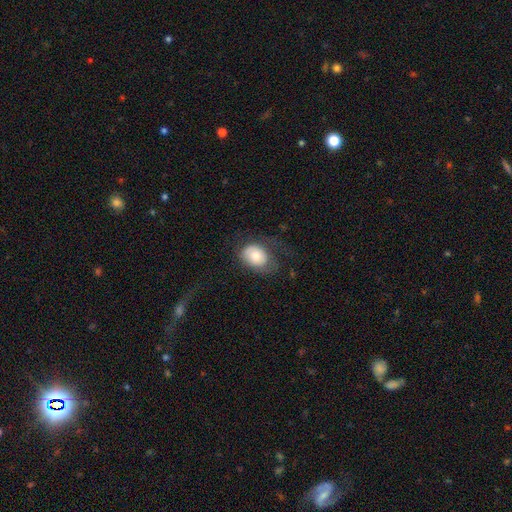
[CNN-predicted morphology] Smooth or featured? Predicted: smooth (p=0.68). How rounded? Predicted: in between (p=0.71). Merging? Predicted: none (p=0.51).